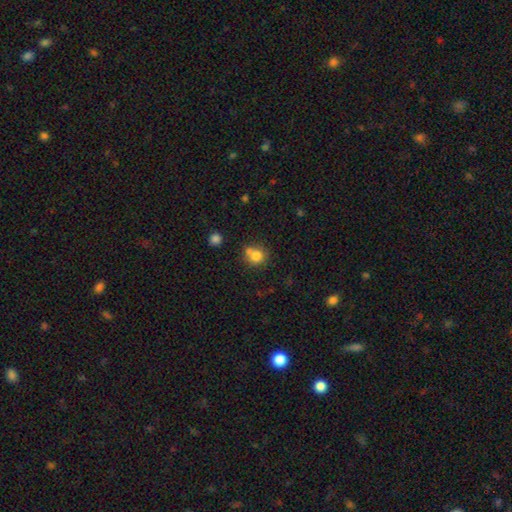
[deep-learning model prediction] This is likely a smooth galaxy (78%). How rounded: clearly round (81%). Merging: possibly none (52%).